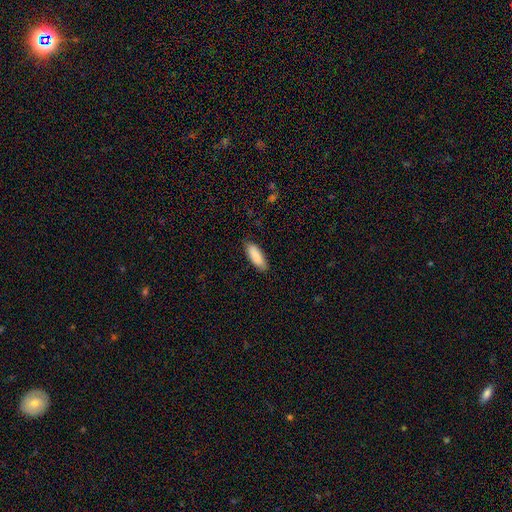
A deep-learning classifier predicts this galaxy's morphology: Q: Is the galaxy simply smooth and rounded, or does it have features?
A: smooth — 89%.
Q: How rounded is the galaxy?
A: in between — 62%.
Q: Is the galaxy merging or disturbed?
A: none — 85%.